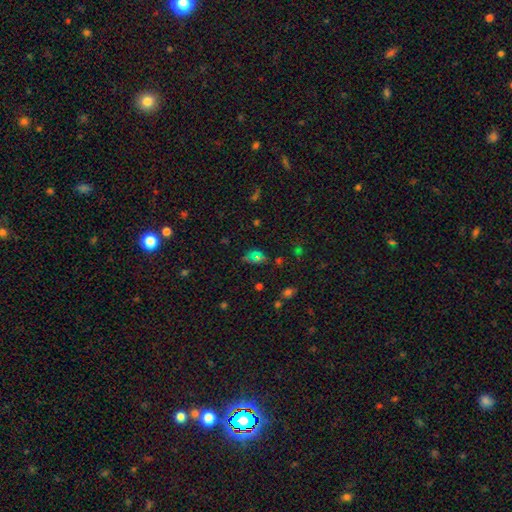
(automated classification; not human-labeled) A smooth galaxy with no disk features (49%). Merging: none (65%).